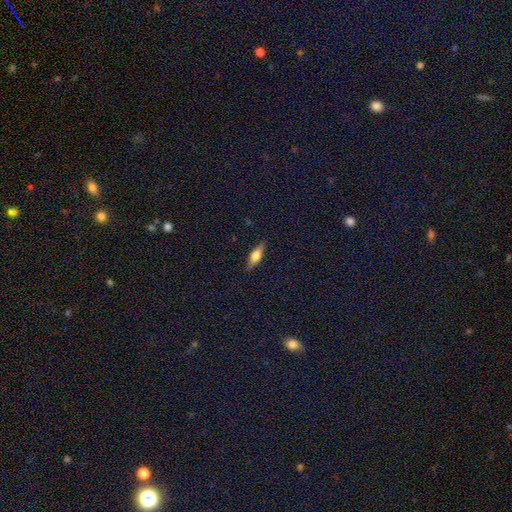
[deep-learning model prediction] smooth 52%, featured or disk 41%, star or artifact 7%. Down the decision tree: how rounded — cigar-shaped (51%); merging — none (89%).